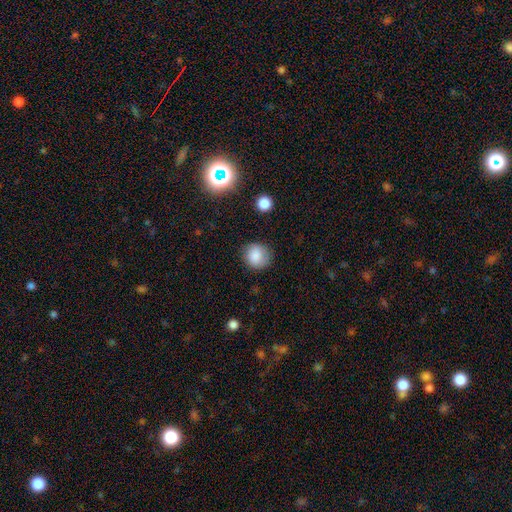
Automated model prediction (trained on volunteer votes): This appears to be a smooth galaxy with no disk features (82%) that is round (88%). Merging: none (82%).